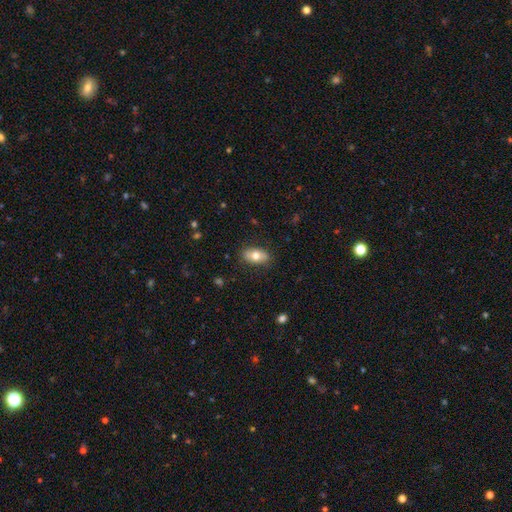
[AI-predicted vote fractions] A smooth galaxy with no disk features (73%) that is in between round and cigar-shaped (89%). Merging: none (85%).